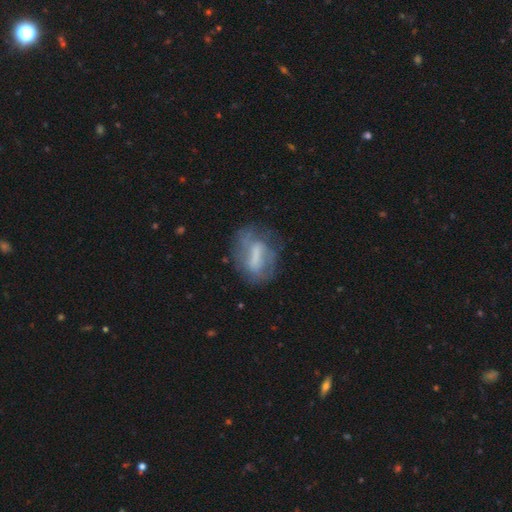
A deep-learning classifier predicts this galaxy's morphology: smooth-or-featured: featured or disk: 53% | smooth: 38% | star or artifact: 9%
  disk-edge-on: no: 93% | yes: 7%
  merging: none: 55% | minor disturbance: 25% | major disturbance: 17% | merger: 4%